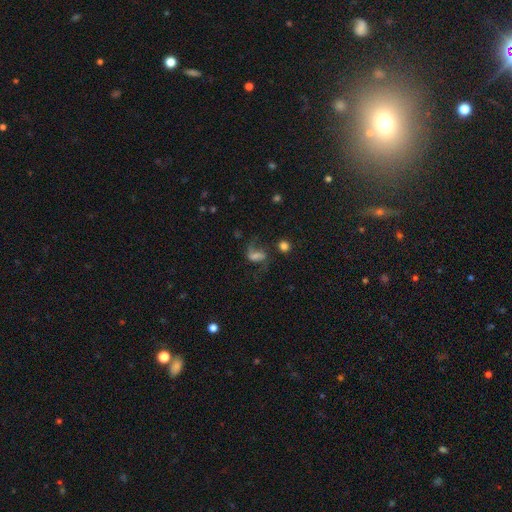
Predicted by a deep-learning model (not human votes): Smooth or featured? featured or disk (50%)
Edge-on disk? no (95%)
Merging? none (51%)